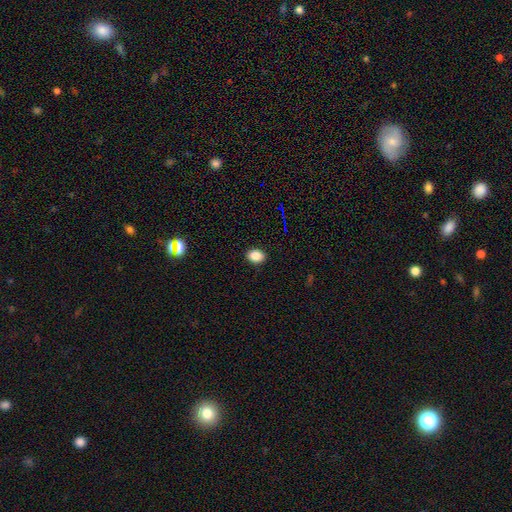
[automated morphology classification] The model was most divided on "how rounded": in between: 72%, round: 27%, cigar-shaped: 1%. More confident: merging — none (90%); smooth or featured — smooth (86%).